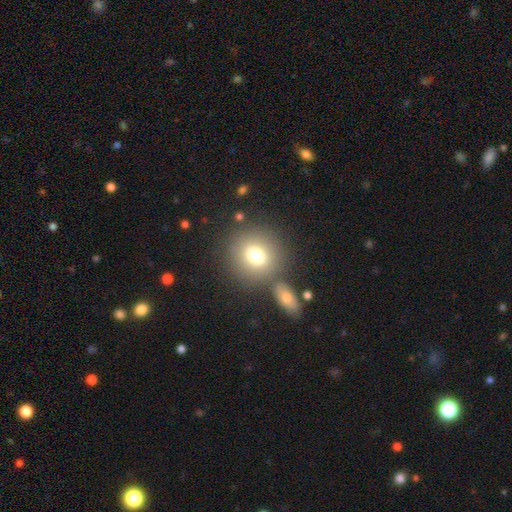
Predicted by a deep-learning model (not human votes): Smooth or featured?
  - smooth: 75% *
  - featured or disk: 13%
  - star or artifact: 12%
How rounded?
  - round: 84% *
  - in between: 15%
  - cigar-shaped: 1%
Merging?
  - none: 72% *
  - merger: 14%
  - minor disturbance: 10%
  - major disturbance: 4%